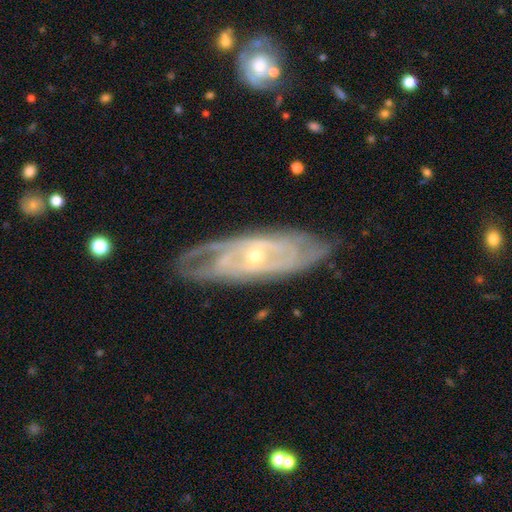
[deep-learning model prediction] Overall: featured or disk (85%). Edge-on disk: no (84%). Bar: no (57%; weak 30%). Spiral arms: yes (88%). Spiral arm count: can't tell (43%; 2 32%). Spiral winding: tight (63%; medium 29%). Bulge size: small (63%; moderate 34%). Merging: none (75%).